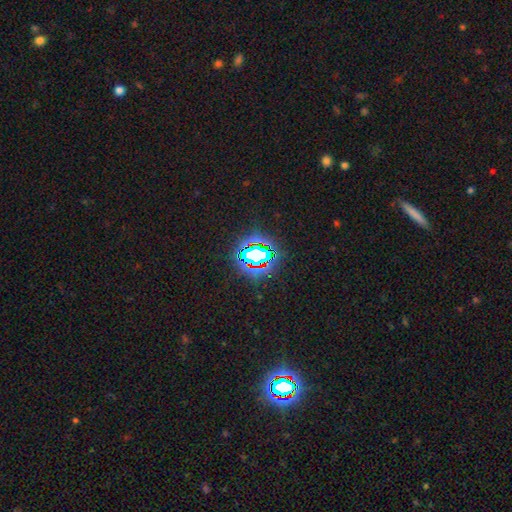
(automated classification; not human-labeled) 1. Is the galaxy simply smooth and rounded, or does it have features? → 68% star or artifact, 19% smooth, 12% featured or disk.